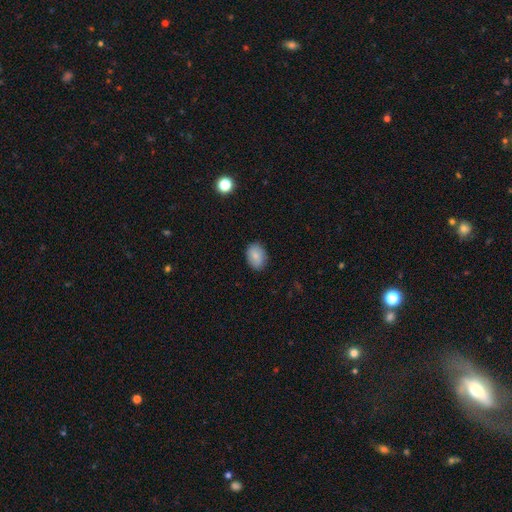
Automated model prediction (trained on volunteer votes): smooth 85%, star or artifact 8%, featured or disk 7%. Down the decision tree: how rounded — in between (80%); merging — none (86%).